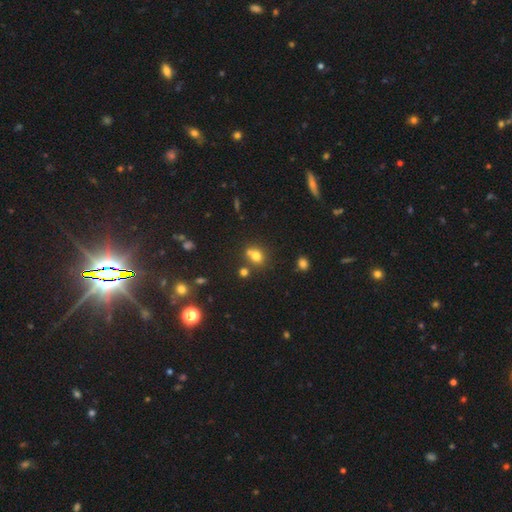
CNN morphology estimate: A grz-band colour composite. It shows a smooth galaxy with no disk features (72%) that is round (63%). Merging: none (50%).